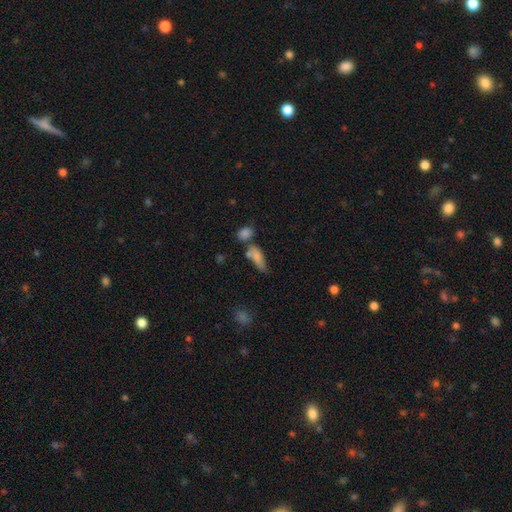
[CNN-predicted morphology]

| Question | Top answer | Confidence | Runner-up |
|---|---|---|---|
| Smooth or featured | smooth | 77% | featured or disk (14%) |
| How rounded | in between | 62% | cigar-shaped (32%) |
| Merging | none | 40% | merger (28%) |